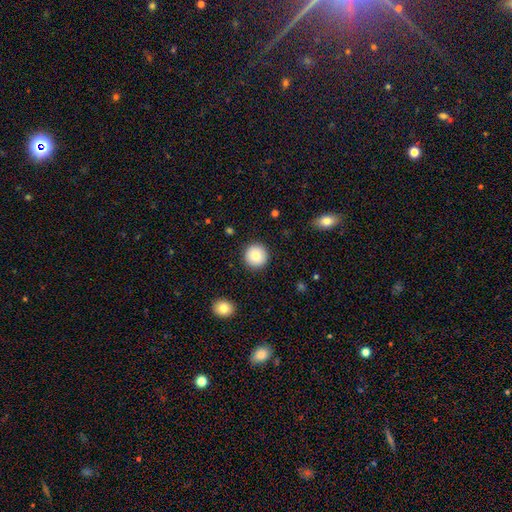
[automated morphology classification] smooth-or-featured: smooth: 83% | star or artifact: 9% | featured or disk: 8%
  how-rounded: round: 96% | in between: 4% | cigar-shaped: 1%
  merging: none: 92% | minor disturbance: 5% | major disturbance: 2% | merger: 1%